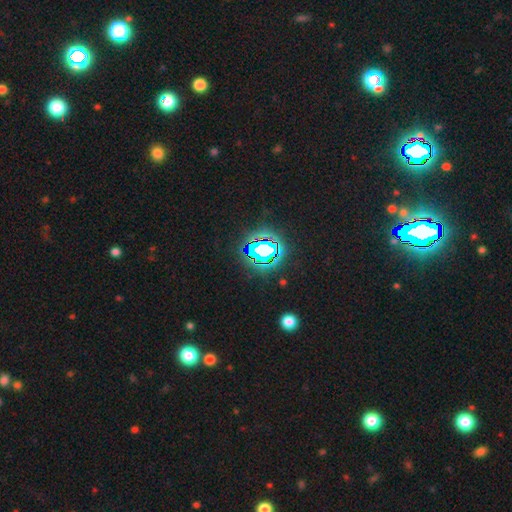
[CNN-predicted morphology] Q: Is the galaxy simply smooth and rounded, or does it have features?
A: star or artifact — 78%.